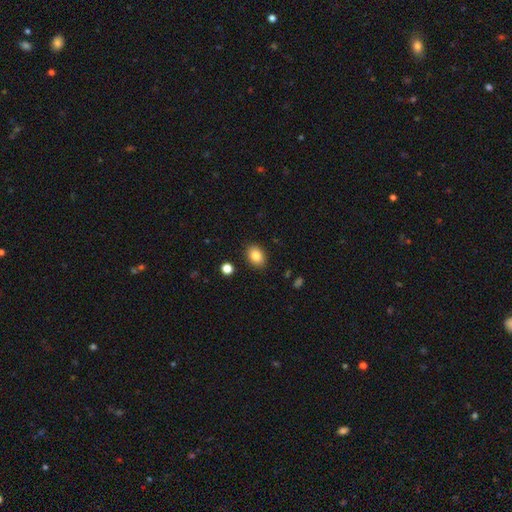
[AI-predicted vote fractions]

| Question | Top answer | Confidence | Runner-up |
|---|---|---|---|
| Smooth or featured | smooth | 84% | star or artifact (9%) |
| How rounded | in between | 74% | round (25%) |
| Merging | none | 88% | minor disturbance (8%) |